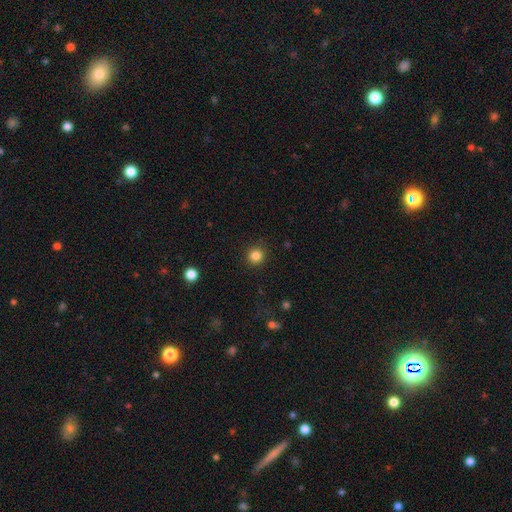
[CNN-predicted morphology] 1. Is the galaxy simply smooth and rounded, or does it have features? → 84% smooth, 12% star or artifact, 4% featured or disk.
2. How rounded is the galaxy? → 93% round, 6% in between, 1% cigar-shaped.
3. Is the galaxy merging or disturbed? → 91% none, 6% minor disturbance, 2% major disturbance, 1% merger.